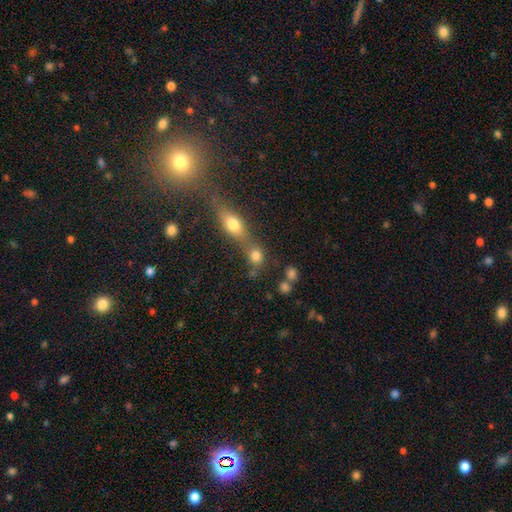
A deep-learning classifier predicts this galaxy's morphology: type=smooth (78%); roundness=round (71%); merging=merger (46%).